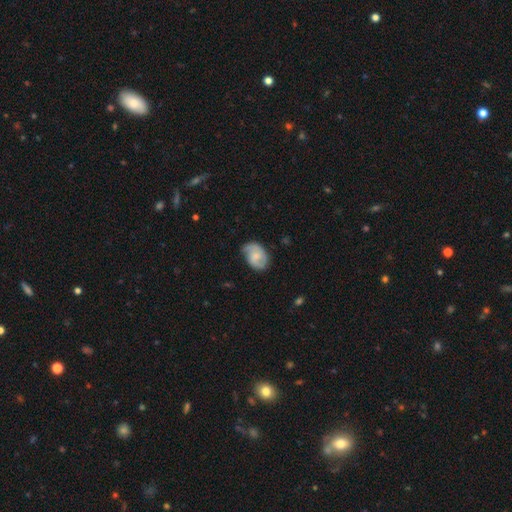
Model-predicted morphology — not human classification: This appears to be a featured or disk galaxy (56%) with no bar (55%), spiral arms (88%) and a small central bulge (39%). Merging: none (60%).